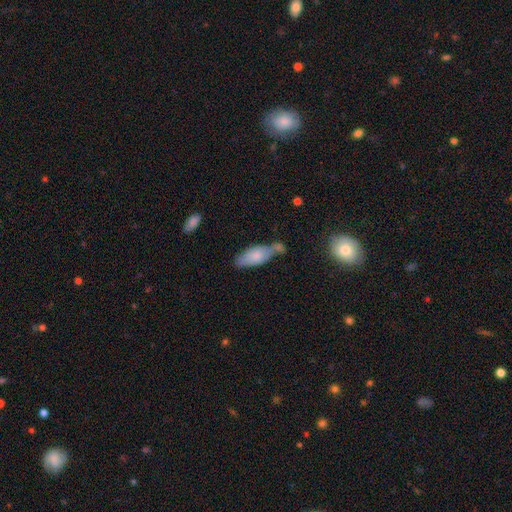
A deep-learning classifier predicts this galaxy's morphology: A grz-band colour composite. It shows a smooth galaxy with no disk features (74%) that is in between round and cigar-shaped (78%). Merging: none (37%).